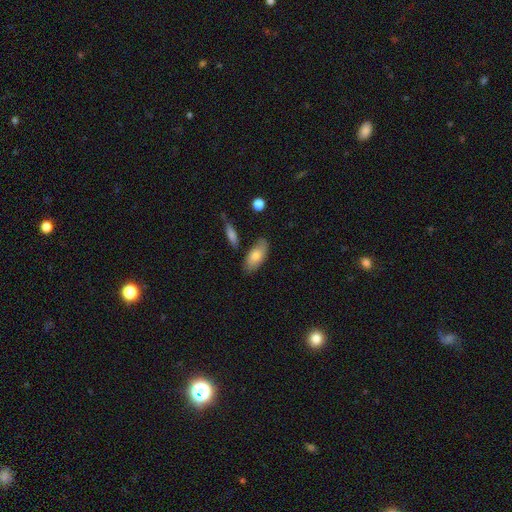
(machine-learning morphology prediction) Overall: smooth (75%). How rounded: in between (90%). Merging: none (76%).